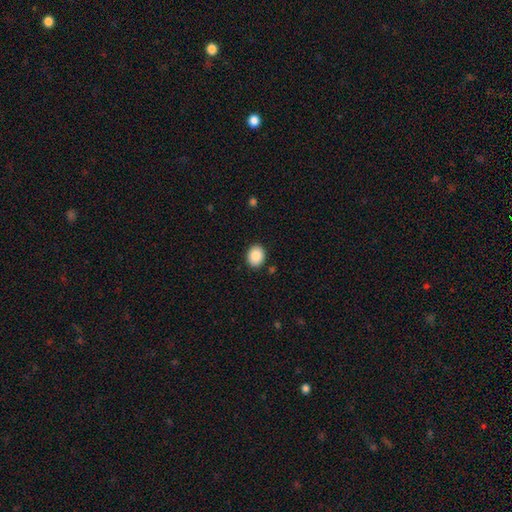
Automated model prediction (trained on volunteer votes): smooth-or-featured: smooth: 89% | star or artifact: 7% | featured or disk: 4%
  how-rounded: in between: 53% | round: 46% | cigar-shaped: 1%
  merging: none: 89% | minor disturbance: 8% | major disturbance: 2% | merger: 2%